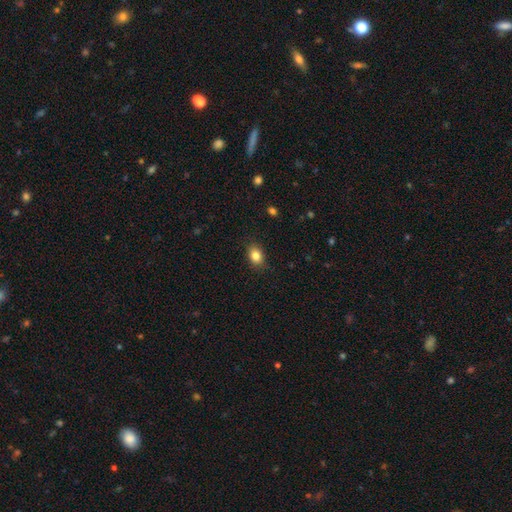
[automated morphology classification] A smooth galaxy with no disk features (84%) that is in between round and cigar-shaped (68%). Merging: none (86%).